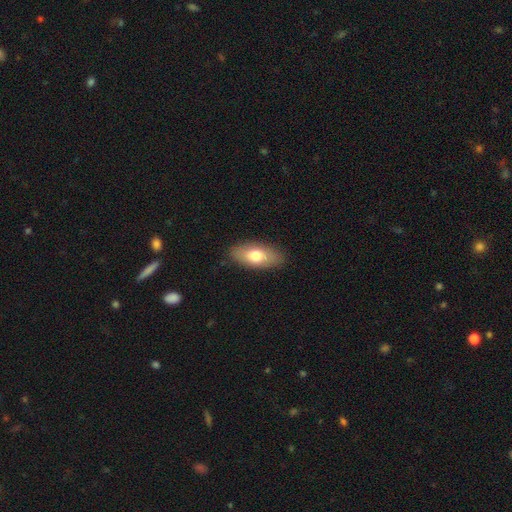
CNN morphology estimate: Smooth or featured? Predicted: smooth (p=0.73). How rounded? Predicted: in between (p=0.87). Merging? Predicted: none (p=0.87).